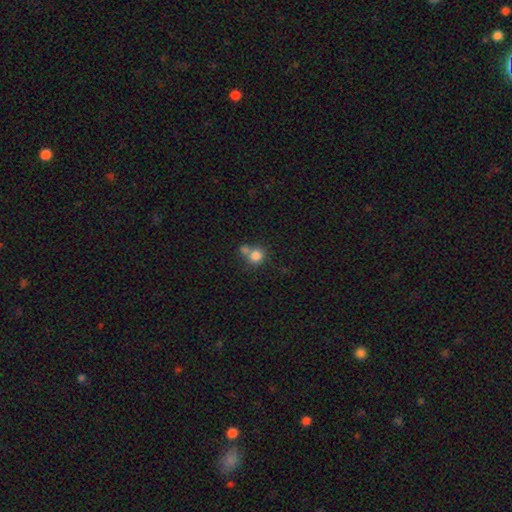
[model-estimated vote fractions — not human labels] Smooth or featured?
  - smooth: 82% *
  - star or artifact: 10%
  - featured or disk: 8%
How rounded?
  - round: 82% *
  - in between: 17%
  - cigar-shaped: 1%
Merging?
  - none: 45% *
  - merger: 42%
  - minor disturbance: 9%
  - major disturbance: 4%